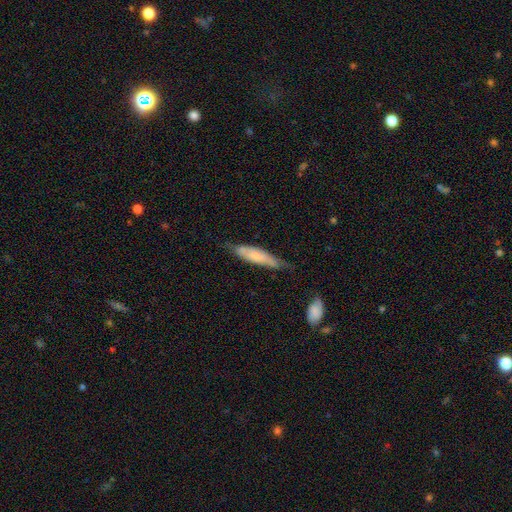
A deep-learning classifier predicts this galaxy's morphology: This appears to be a smooth galaxy with no disk features (61%) that is cigar-shaped (76%). Merging: none (62%).